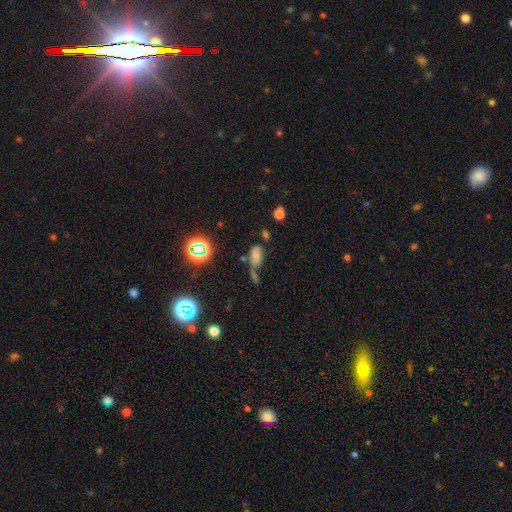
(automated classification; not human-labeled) smooth-or-featured: smooth: 56% | star or artifact: 26% | featured or disk: 18%
  how-rounded: in between: 86% | round: 9% | cigar-shaped: 5%
  merging: merger: 34% | none: 31% | minor disturbance: 20% | major disturbance: 15%